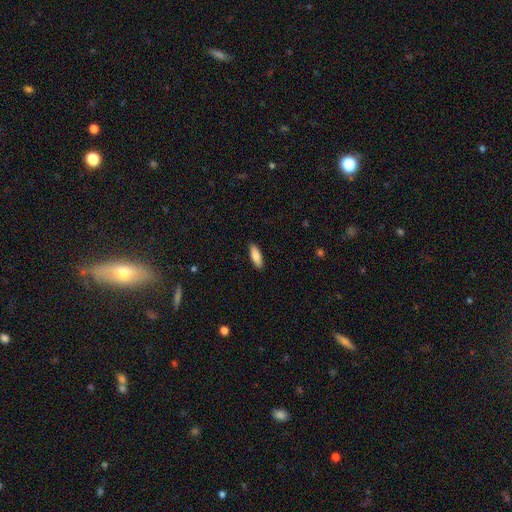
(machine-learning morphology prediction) type=smooth (86%); roundness=in between (58%); merging=none (89%).